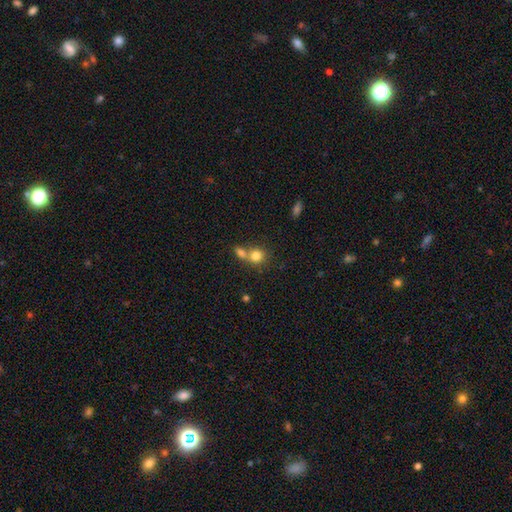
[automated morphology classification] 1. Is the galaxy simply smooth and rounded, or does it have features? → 79% smooth, 11% featured or disk, 10% star or artifact.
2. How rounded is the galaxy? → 78% round, 21% in between, 1% cigar-shaped.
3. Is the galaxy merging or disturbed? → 53% merger, 36% none, 7% minor disturbance, 4% major disturbance.